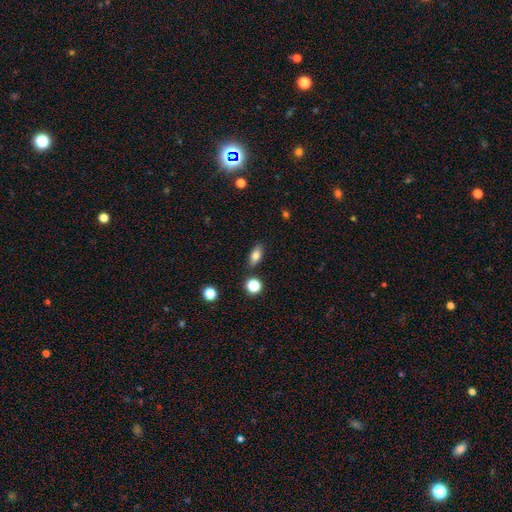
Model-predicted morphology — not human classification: This is likely a smooth galaxy (78%). How rounded: clearly in between (83%). Merging: clearly none (85%).